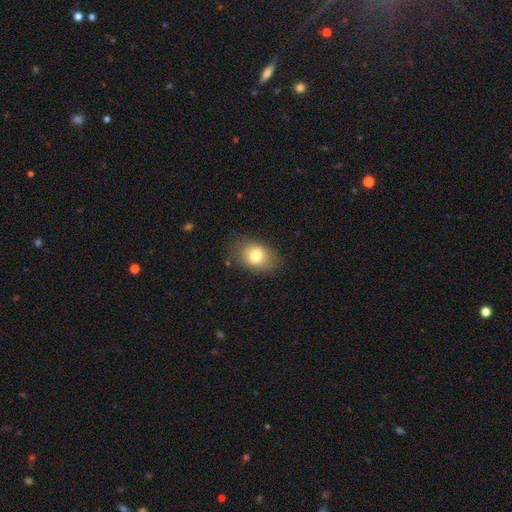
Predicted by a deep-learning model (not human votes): smooth_or_featured: smooth (p=0.77) [alt: featured or disk p=0.13]
how_rounded: in between (p=0.75) [alt: round p=0.24]
merging: none (p=0.78) [alt: minor disturbance p=0.16]